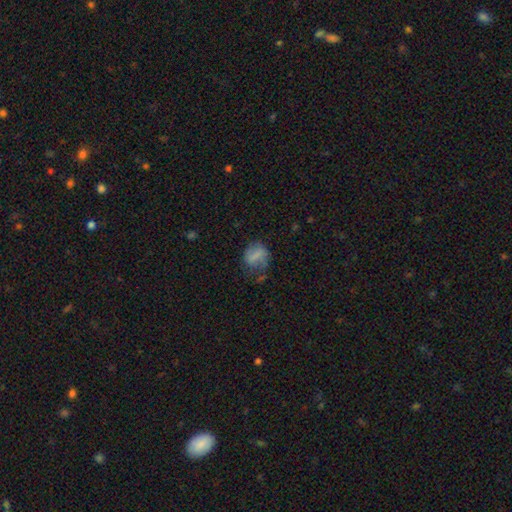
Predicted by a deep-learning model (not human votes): Smooth or featured?
  - smooth: 66% *
  - featured or disk: 23%
  - star or artifact: 11%
How rounded?
  - round: 53% *
  - in between: 45%
  - cigar-shaped: 2%
Merging?
  - none: 48% *
  - minor disturbance: 27%
  - major disturbance: 21%
  - merger: 3%